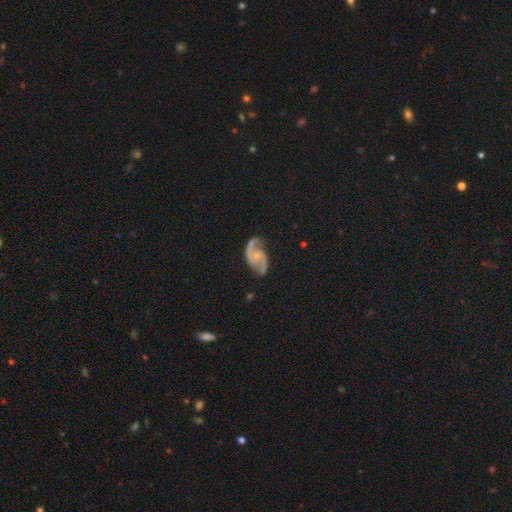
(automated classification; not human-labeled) Overall: featured or disk (88%). Edge-on disk: no (98%). Bar: no (55%; weak 37%). Spiral arms: yes (97%). Spiral arm count: 2 (92%). Spiral winding: medium (51%; loose 36%). Bulge size: small (59%; moderate 24%). Merging: none (69%).